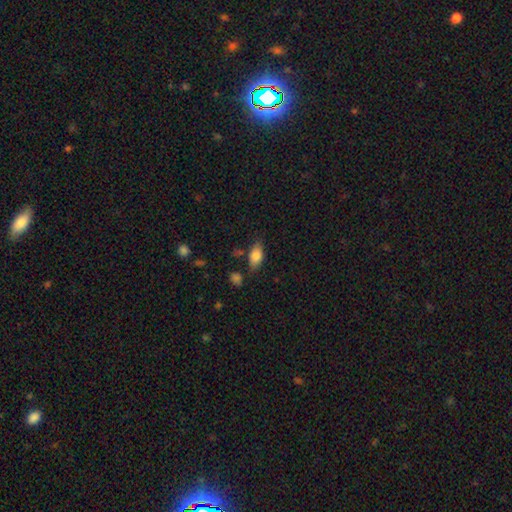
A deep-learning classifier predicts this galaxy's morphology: smooth 82%, featured or disk 11%, star or artifact 8%. Down the decision tree: how rounded — in between (87%); merging — none (71%).